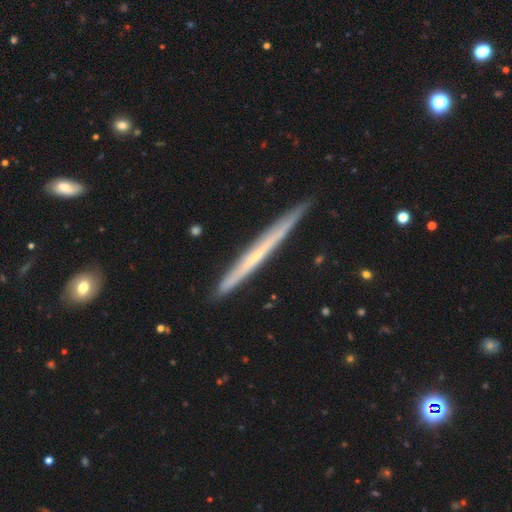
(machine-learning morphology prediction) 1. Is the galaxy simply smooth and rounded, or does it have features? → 62% featured or disk, 32% smooth, 6% star or artifact.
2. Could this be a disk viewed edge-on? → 97% yes, 3% no.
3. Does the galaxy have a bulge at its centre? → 80% none, 17% rounded, 4% boxy.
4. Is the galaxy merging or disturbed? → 89% none, 8% minor disturbance, 1% major disturbance, 1% merger.